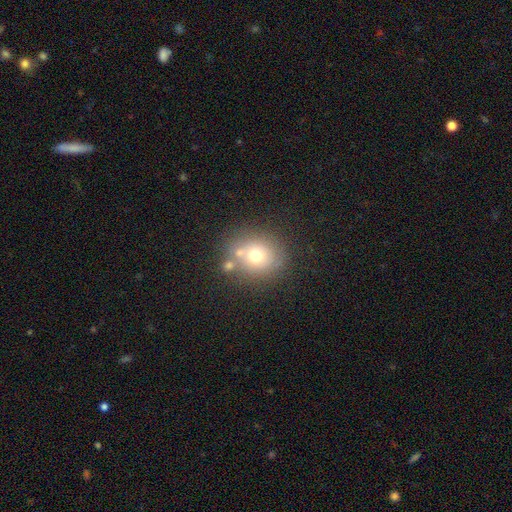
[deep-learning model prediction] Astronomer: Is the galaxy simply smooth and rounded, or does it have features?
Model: smooth — 66%.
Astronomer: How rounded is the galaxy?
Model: round — 82%.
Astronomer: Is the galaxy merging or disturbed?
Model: none — 64%.